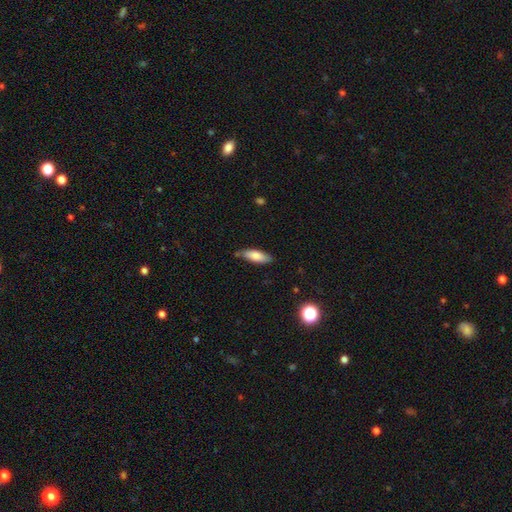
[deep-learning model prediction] Smooth or featured: smooth — 78% (featured or disk — 16%)
How rounded: in between — 62% (cigar-shaped — 36%)
Merging: none — 76% (minor disturbance — 18%)